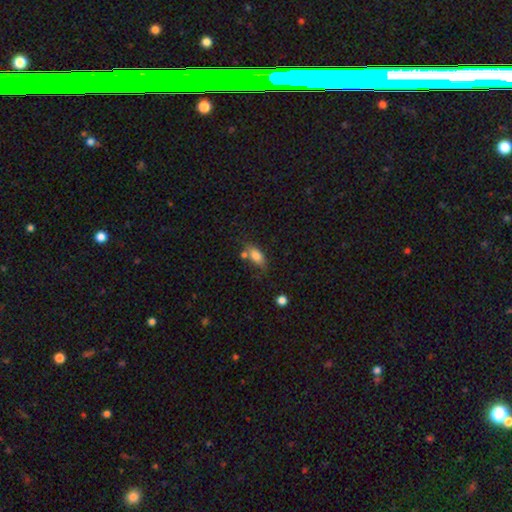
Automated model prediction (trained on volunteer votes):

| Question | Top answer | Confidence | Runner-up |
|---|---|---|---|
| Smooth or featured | smooth | 78% | featured or disk (14%) |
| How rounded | in between | 84% | cigar-shaped (10%) |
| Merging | none | 57% | minor disturbance (20%) |